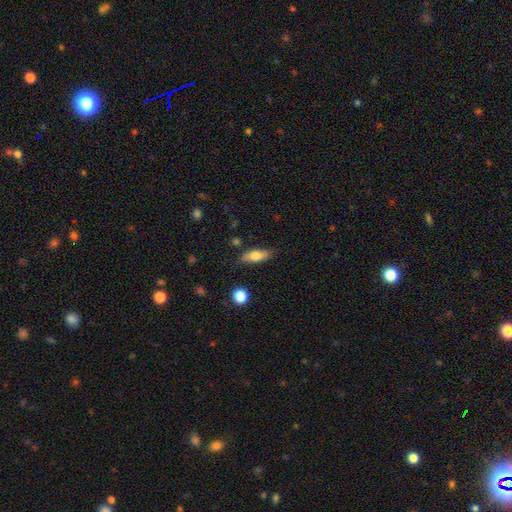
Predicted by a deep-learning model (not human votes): This appears to be a smooth galaxy with no disk features (65%) that is in between round and cigar-shaped (65%). Merging: none (77%).